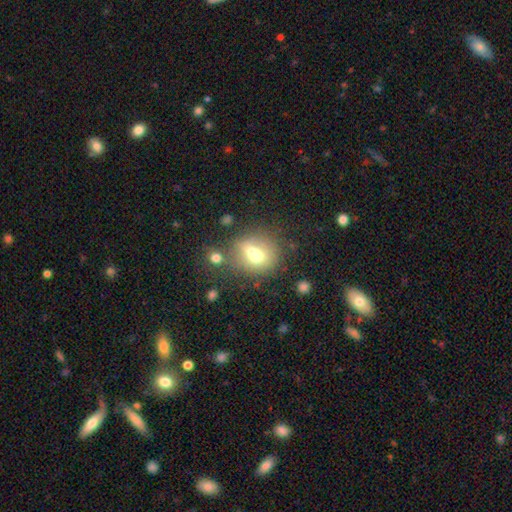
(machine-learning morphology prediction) smooth_or_featured: smooth (p=0.63) [alt: featured or disk p=0.24]
how_rounded: round (p=0.67) [alt: in between p=0.31]
merging: merger (p=0.43) [alt: none p=0.38]